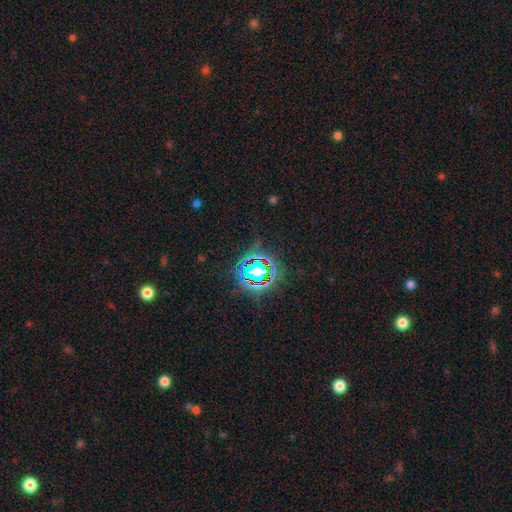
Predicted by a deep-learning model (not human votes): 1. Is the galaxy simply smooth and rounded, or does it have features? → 81% star or artifact, 12% smooth, 7% featured or disk.